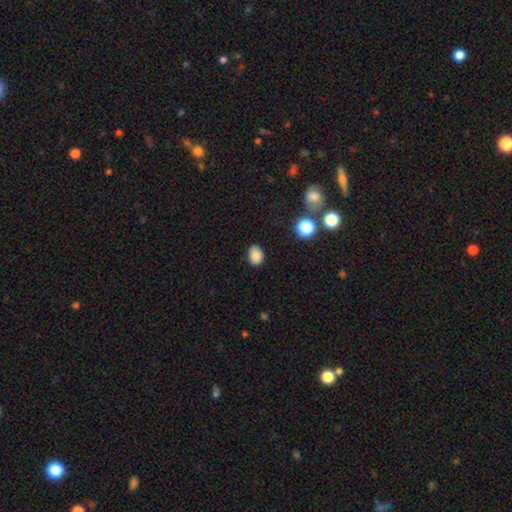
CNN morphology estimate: Smooth or featured? smooth (86%)
How rounded? in between (70%)
Merging? none (84%)